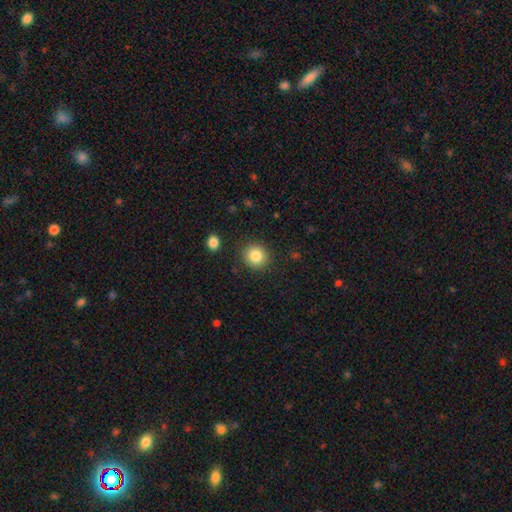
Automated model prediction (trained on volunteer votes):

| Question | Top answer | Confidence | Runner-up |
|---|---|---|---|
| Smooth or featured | smooth | 84% | star or artifact (10%) |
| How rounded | round | 89% | in between (10%) |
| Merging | none | 89% | minor disturbance (7%) |